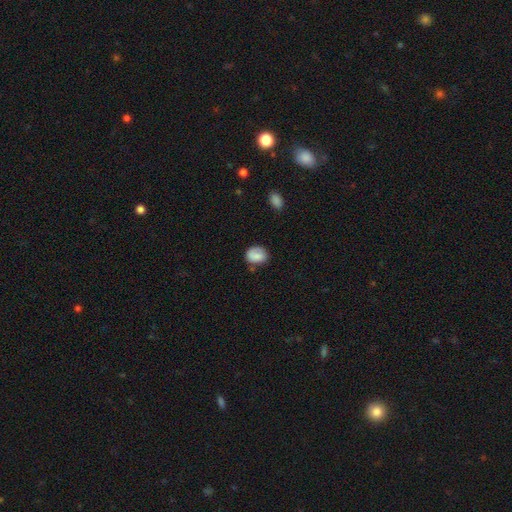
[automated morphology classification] Overall: smooth (79%). How rounded: round (51%; in between 48%). Merging: none (64%; minor disturbance 25%).